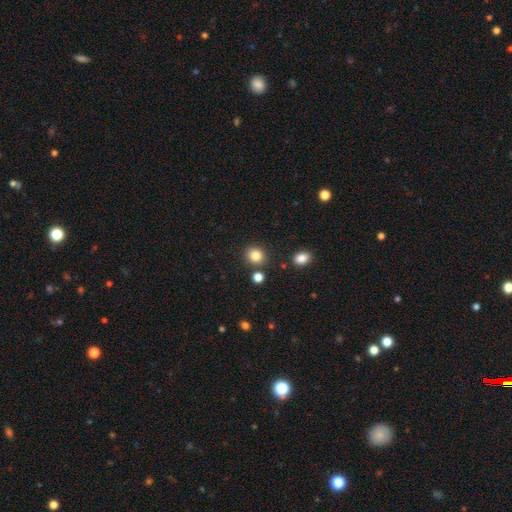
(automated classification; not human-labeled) Smooth or featured? Predicted: smooth (p=0.84). How rounded? Predicted: round (p=0.82). Merging? Predicted: none (p=0.83).